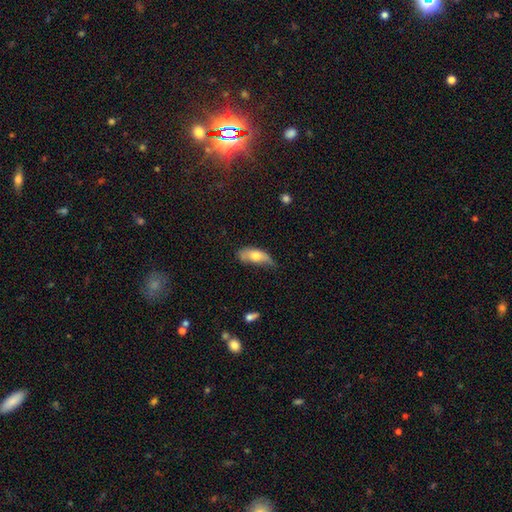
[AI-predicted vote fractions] Smooth or featured: smooth — 66% (featured or disk — 27%)
How rounded: in between — 81% (cigar-shaped — 16%)
Merging: minor disturbance — 44% (none — 33%)